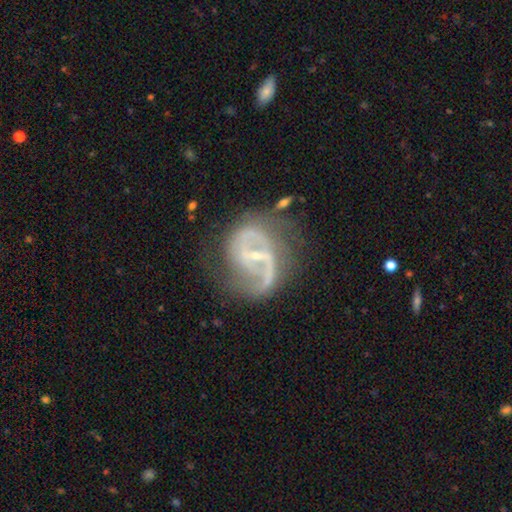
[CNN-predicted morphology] The model was most divided on "bar": strong: 42%, weak: 40%, no: 18%. Remaining: edge-on disk — no (97%); spiral arms — yes (91%); smooth or featured — featured or disk (87%); bulge size — small (74%); spiral arm count — 2 (69%); merging — none (50%); spiral winding — medium (48%).